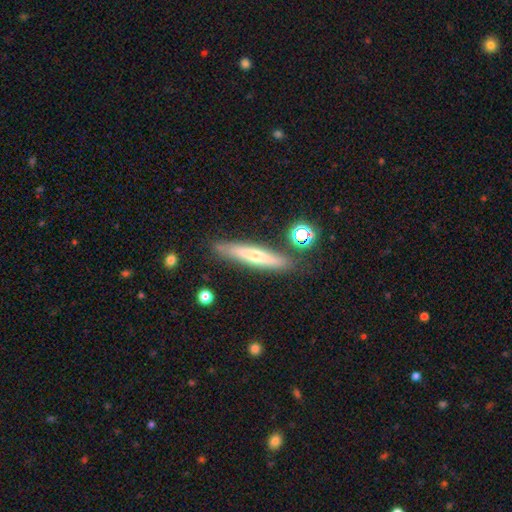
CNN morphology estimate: A featured or disk galaxy (47%). Merging: none (83%).